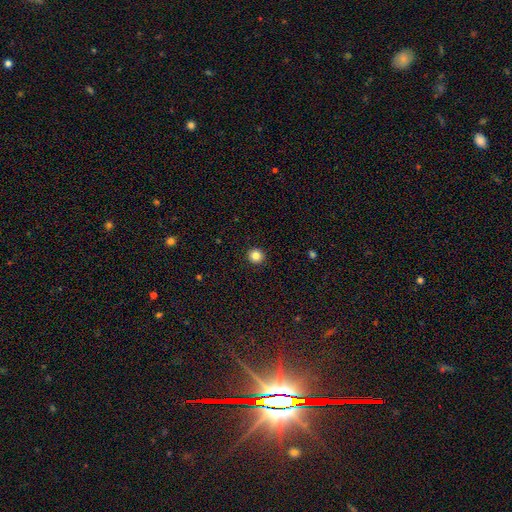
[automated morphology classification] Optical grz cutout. It shows a smooth galaxy with no disk features (84%) that is round (93%). Merging: none (93%).